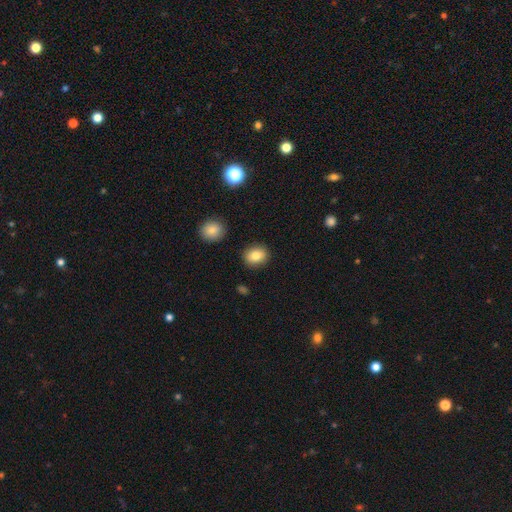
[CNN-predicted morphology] This is clearly a smooth galaxy (83%). How rounded: possibly round (54%). Merging: clearly none (89%).